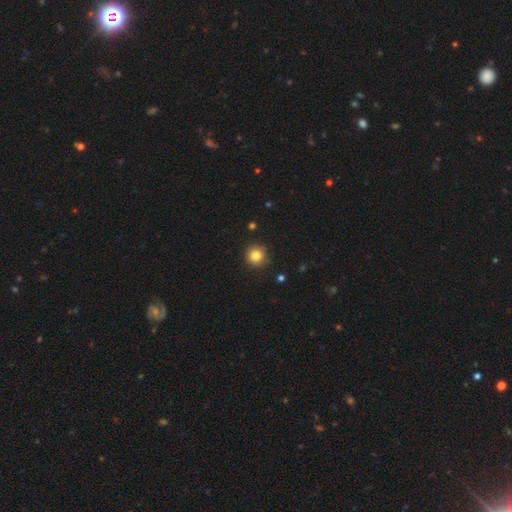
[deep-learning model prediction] A smooth galaxy with no disk features (84%) that is round (95%). Merging: none (90%).